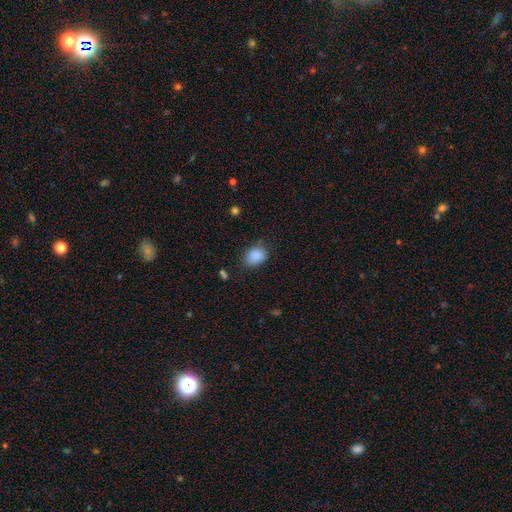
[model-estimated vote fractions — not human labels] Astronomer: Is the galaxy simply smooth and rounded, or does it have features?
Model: smooth — 88%.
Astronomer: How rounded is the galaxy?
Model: in between — 65%.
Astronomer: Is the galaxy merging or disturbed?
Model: none — 74%.